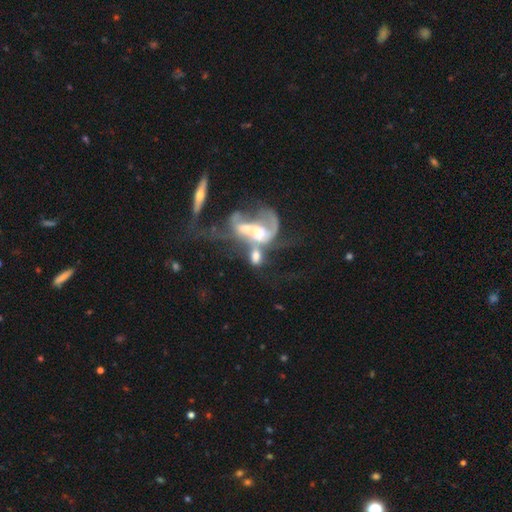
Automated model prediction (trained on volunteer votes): Smooth or featured? featured or disk (66%)
Edge-on disk? no (94%)
Bar? no (60%)
Spiral arms? yes (63%)
Bulge size? moderate (54%)
Merging? merger (70%)